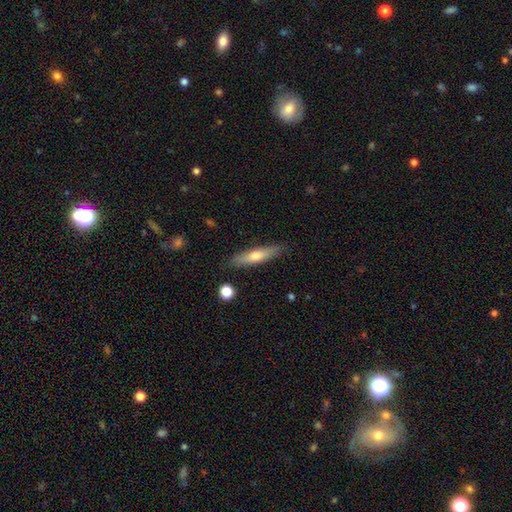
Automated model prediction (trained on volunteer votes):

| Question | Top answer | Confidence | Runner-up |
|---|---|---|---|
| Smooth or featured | smooth | 55% | featured or disk (39%) |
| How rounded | cigar-shaped | 83% | in between (15%) |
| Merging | none | 86% | minor disturbance (10%) |